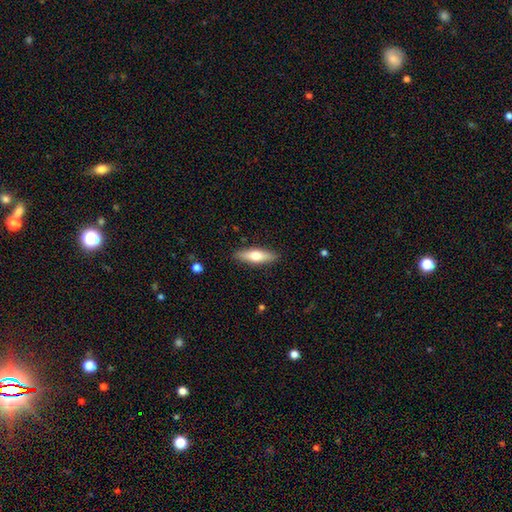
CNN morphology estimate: Smooth or featured? smooth (61%)
How rounded? cigar-shaped (57%)
Merging? none (89%)